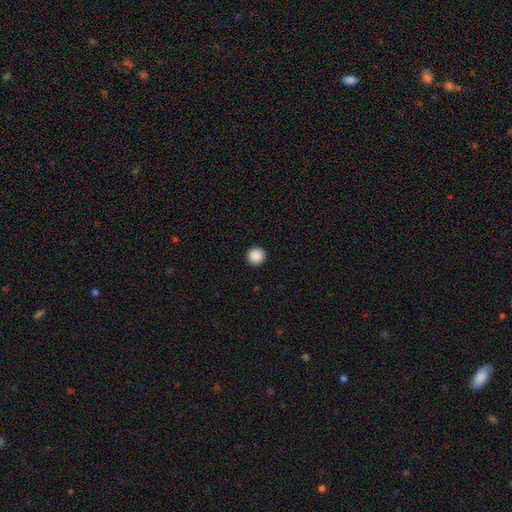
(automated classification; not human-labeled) A smooth galaxy with no disk features (89%) that is round (95%). Merging: none (93%).